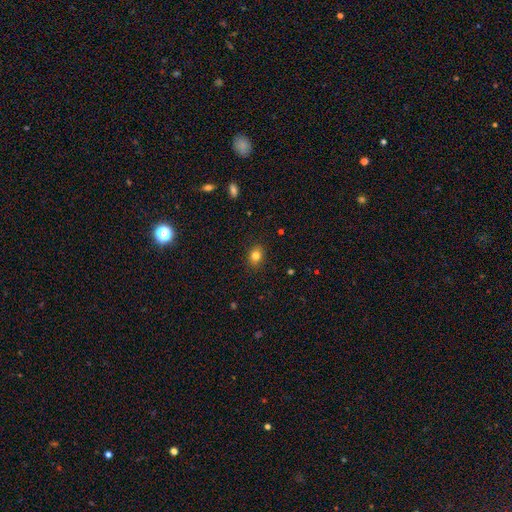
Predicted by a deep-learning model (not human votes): Morphology: type=smooth (82%); roundness=in between (51%); merging=none (89%).